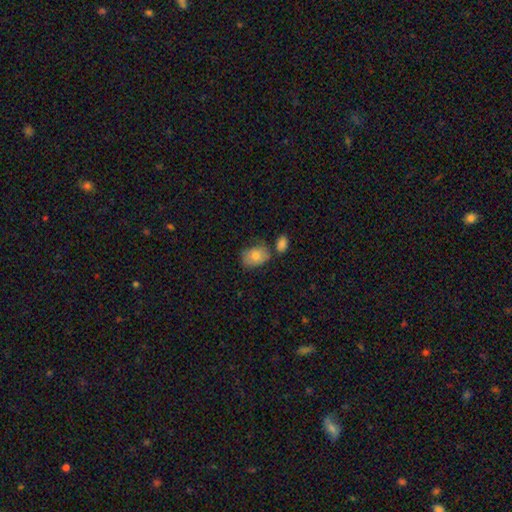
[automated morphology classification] Smooth or featured: smooth — 77% (featured or disk — 15%)
How rounded: in between — 77% (round — 22%)
Merging: none — 50% (minor disturbance — 24%)